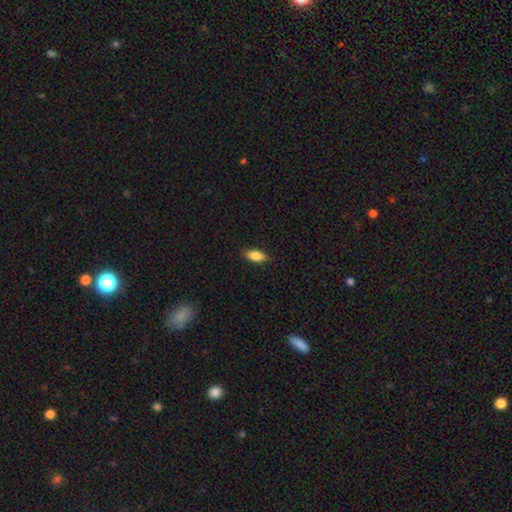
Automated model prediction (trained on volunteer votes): The model was most divided on "merging": none: 85%, minor disturbance: 12%, major disturbance: 2%, merger: 1%. More confident: how rounded — in between (87%); smooth or featured — smooth (85%).